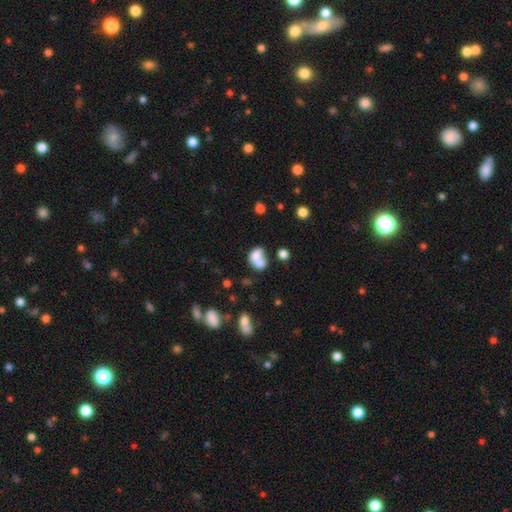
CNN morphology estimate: Smooth or featured?
  - smooth: 66% *
  - featured or disk: 23%
  - star or artifact: 11%
How rounded?
  - in between: 60% *
  - round: 39%
  - cigar-shaped: 2%
Merging?
  - merger: 63% *
  - none: 18%
  - major disturbance: 10%
  - minor disturbance: 9%